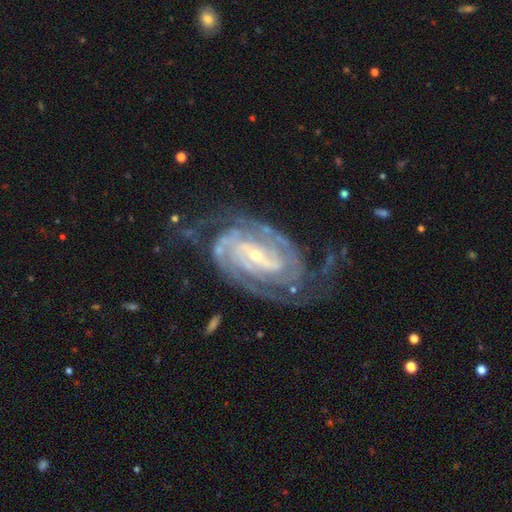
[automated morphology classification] Q: Smooth or featured?
A: featured or disk (93%); runner-up: star or artifact (4%)
Q: Edge-on disk?
A: no (97%); runner-up: yes (3%)
Q: Bar?
A: weak (41%); runner-up: strong (37%)
Q: Spiral arms?
A: yes (98%); runner-up: no (2%)
Q: Spiral winding?
A: tight (68%); runner-up: medium (27%)
Q: Spiral arm count?
A: 2 (62%); runner-up: 3 (13%)
Q: Bulge size?
A: small (71%); runner-up: moderate (25%)
Q: Merging?
A: none (70%); runner-up: minor disturbance (18%)